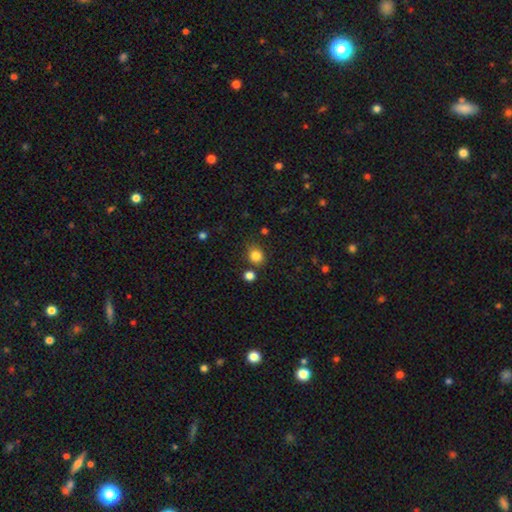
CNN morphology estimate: Smooth or featured: smooth — 83% (star or artifact — 12%)
How rounded: round — 76% (in between — 23%)
Merging: none — 76% (minor disturbance — 12%)